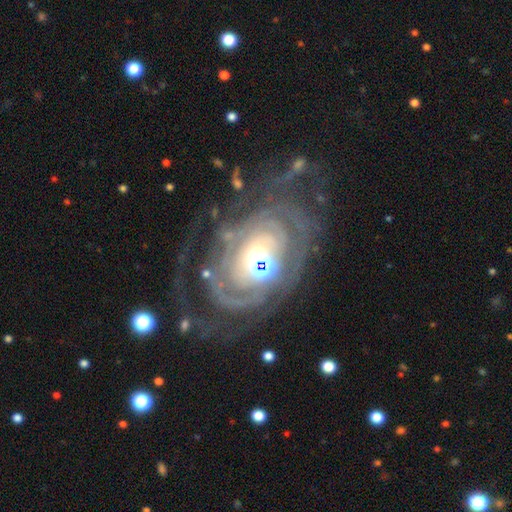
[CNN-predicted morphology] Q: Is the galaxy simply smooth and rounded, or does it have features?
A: featured or disk — 85%.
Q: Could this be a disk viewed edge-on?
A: no — 96%.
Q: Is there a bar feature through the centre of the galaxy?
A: no — 67%.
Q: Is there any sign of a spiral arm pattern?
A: yes — 87%.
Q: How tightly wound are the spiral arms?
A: tight — 64%.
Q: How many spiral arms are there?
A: can't tell — 34%.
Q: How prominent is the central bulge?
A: moderate — 55%.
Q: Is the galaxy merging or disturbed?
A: none — 51%.